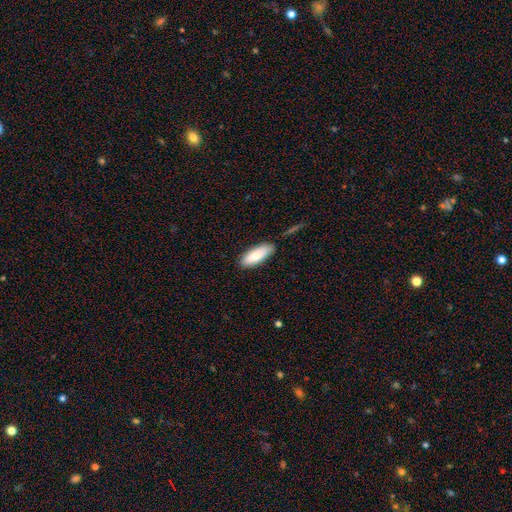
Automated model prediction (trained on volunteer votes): This is clearly a smooth galaxy (83%). How rounded: likely in between (75%). Merging: clearly none (83%).